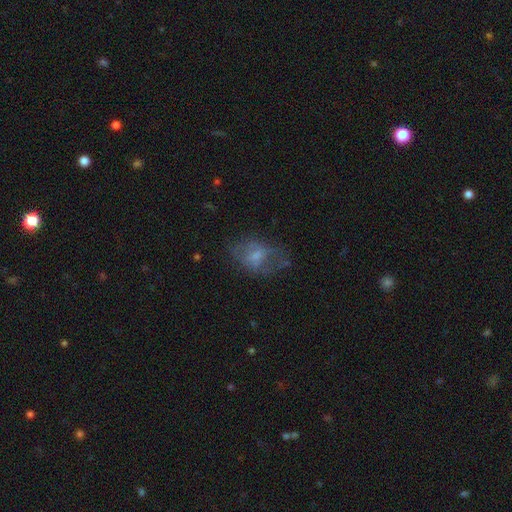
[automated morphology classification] A smooth galaxy with no disk features (46%).

Vote fractions:
- Smooth or featured? smooth: 46% / featured or disk: 42% / star or artifact: 11%
- Merging? none: 44% / major disturbance: 29% / minor disturbance: 24% / merger: 3%